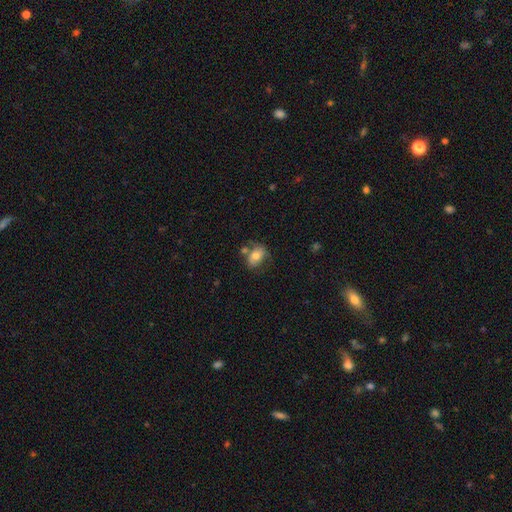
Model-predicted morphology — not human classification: smooth 69%, featured or disk 22%, star or artifact 9%. Down the decision tree: how rounded — in between (77%); merging — none (49%).